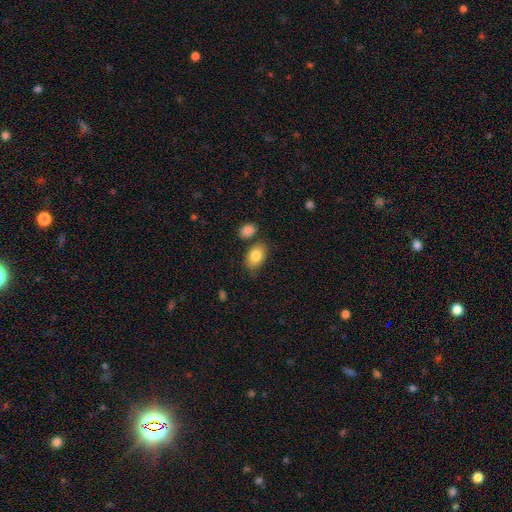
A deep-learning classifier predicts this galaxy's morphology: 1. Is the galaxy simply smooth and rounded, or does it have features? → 82% smooth, 11% featured or disk, 7% star or artifact.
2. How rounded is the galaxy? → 87% in between, 11% round, 1% cigar-shaped.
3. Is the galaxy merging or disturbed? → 72% none, 16% minor disturbance, 8% merger, 4% major disturbance.